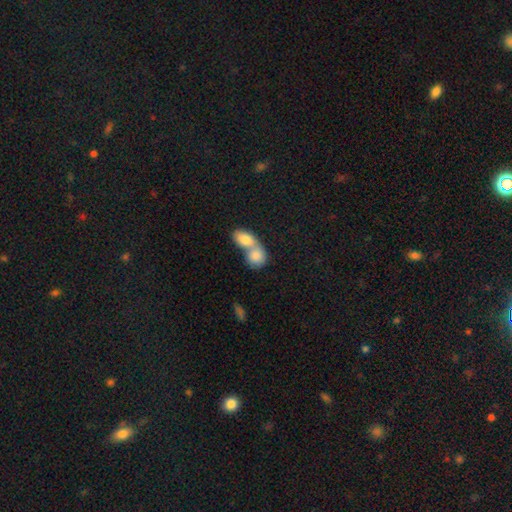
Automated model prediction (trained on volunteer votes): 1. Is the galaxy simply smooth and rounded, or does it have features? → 82% smooth, 12% featured or disk, 6% star or artifact.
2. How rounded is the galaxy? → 58% in between, 39% round, 3% cigar-shaped.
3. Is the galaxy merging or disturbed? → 76% merger, 16% none, 5% minor disturbance, 3% major disturbance.